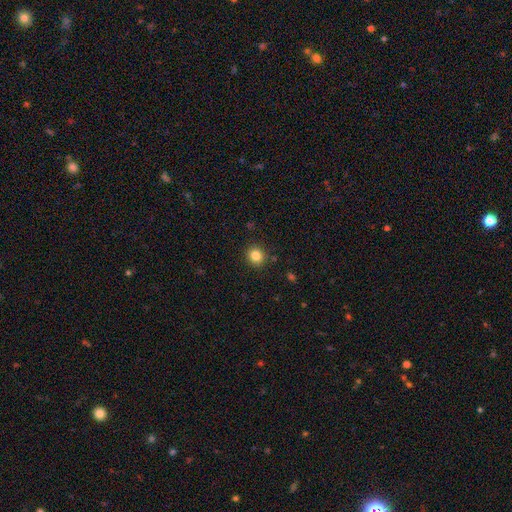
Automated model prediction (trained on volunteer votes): Overall: smooth (83%). How rounded: round (83%). Merging: none (89%).